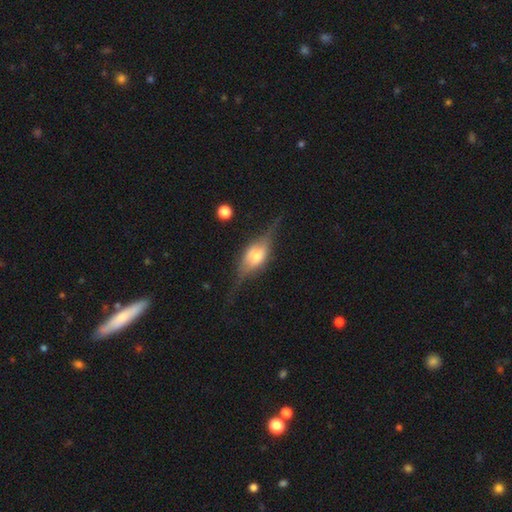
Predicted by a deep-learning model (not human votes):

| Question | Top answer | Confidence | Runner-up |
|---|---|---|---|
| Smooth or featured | featured or disk | 71% | smooth (22%) |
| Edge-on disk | yes | 91% | no (9%) |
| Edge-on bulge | rounded | 87% | boxy (11%) |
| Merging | none | 69% | minor disturbance (19%) |